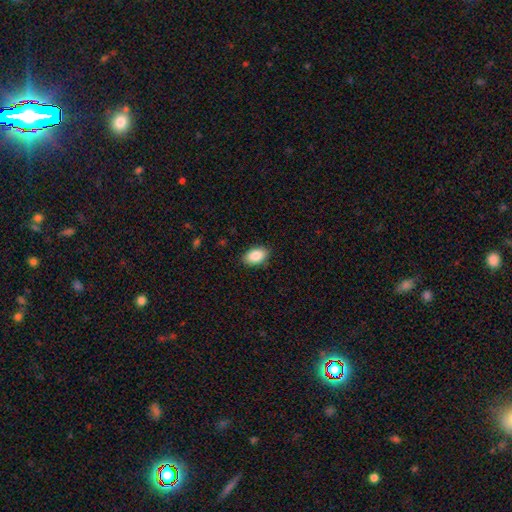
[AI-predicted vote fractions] smooth 88%, star or artifact 7%, featured or disk 5%. Down the decision tree: how rounded — in between (91%); merging — none (87%).